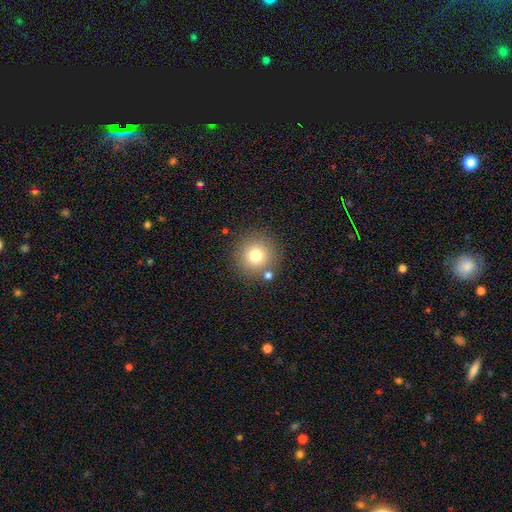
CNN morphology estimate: Q: Smooth or featured?
A: smooth (76%); runner-up: star or artifact (13%)
Q: How rounded?
A: round (94%); runner-up: in between (5%)
Q: Merging?
A: none (83%); runner-up: minor disturbance (8%)